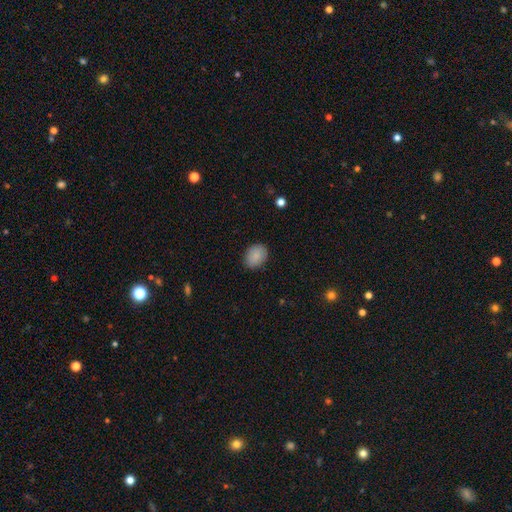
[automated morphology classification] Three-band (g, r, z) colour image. It shows a smooth galaxy with no disk features (88%) that is in between round and cigar-shaped (59%). Merging: none (87%).